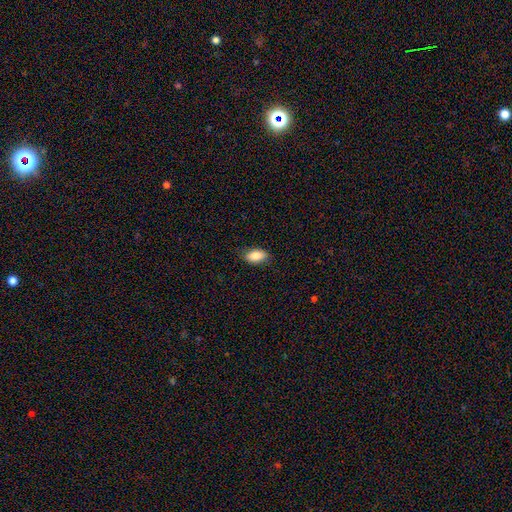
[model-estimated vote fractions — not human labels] Smooth or featured?
  - smooth: 85% *
  - featured or disk: 8%
  - star or artifact: 7%
How rounded?
  - in between: 92% *
  - round: 5%
  - cigar-shaped: 3%
Merging?
  - none: 85% *
  - minor disturbance: 11%
  - major disturbance: 2%
  - merger: 1%